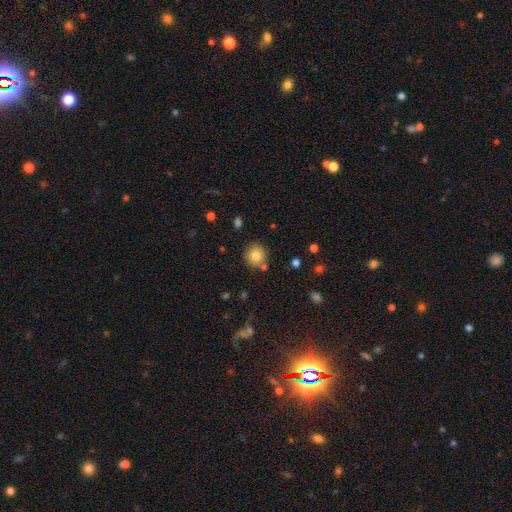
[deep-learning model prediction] smooth_or_featured: smooth (p=0.81) [alt: star or artifact p=0.11]
how_rounded: round (p=0.89) [alt: in between p=0.10]
merging: none (p=0.80) [alt: minor disturbance p=0.09]